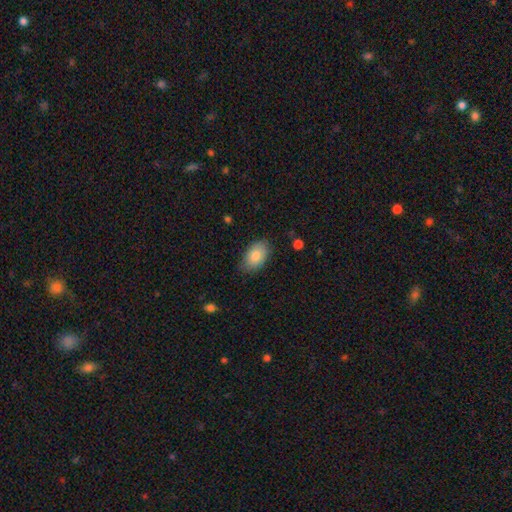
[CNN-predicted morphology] Smooth or featured: smooth — 82% (featured or disk — 11%)
How rounded: in between — 91% (round — 8%)
Merging: none — 76% (minor disturbance — 19%)